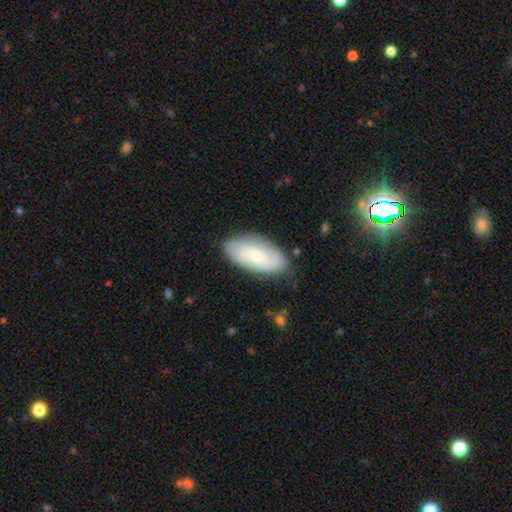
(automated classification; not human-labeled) Smooth or featured: featured or disk — 50% (smooth — 43%)
Edge-on disk: no — 91% (yes — 9%)
Merging: none — 81% (minor disturbance — 15%)